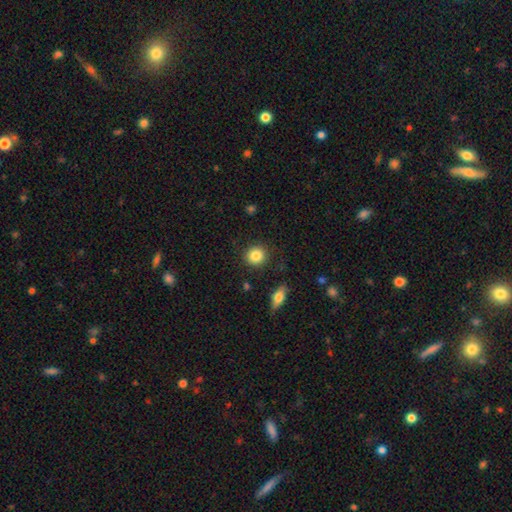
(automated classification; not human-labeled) A smooth galaxy with no disk features (86%) that is round (88%). Merging: none (89%).